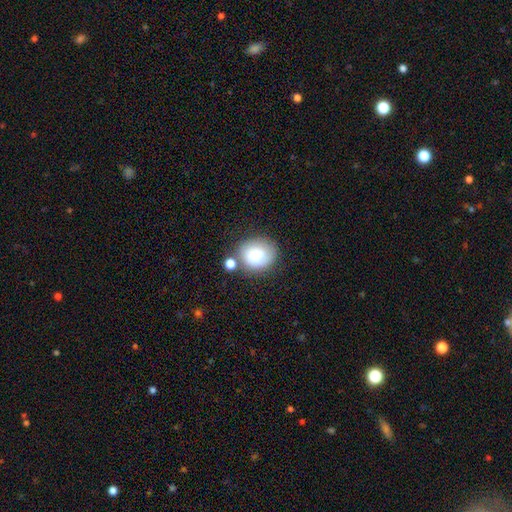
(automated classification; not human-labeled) Smooth or featured? smooth (81%)
How rounded? round (72%)
Merging? none (59%)